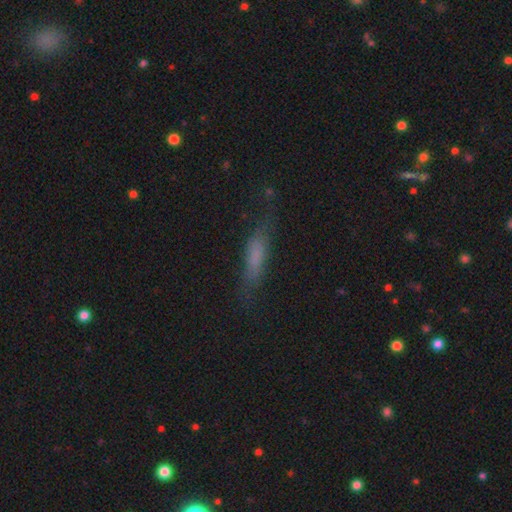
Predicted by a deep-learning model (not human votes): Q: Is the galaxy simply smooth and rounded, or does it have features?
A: smooth — 62%.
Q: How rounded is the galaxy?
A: cigar-shaped — 75%.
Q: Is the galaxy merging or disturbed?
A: none — 69%.